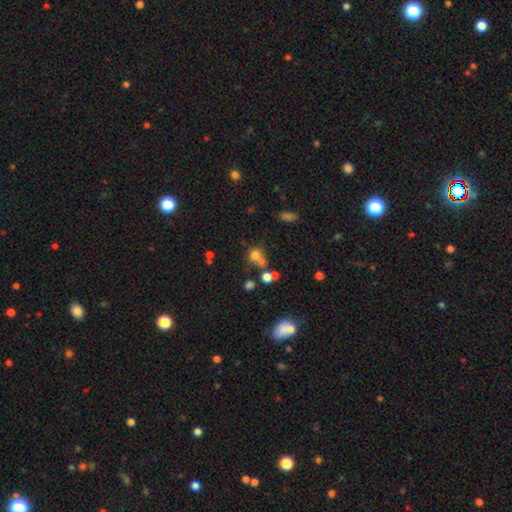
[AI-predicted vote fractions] This is likely a smooth galaxy (69%). How rounded: clearly round (82%). Merging: possibly none (48%).